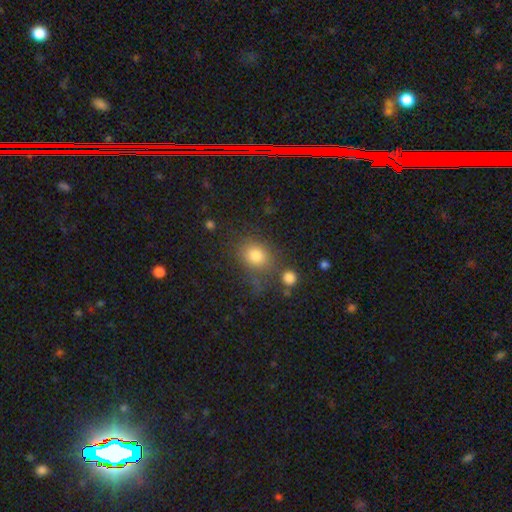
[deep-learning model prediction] Q: Smooth or featured?
A: smooth (80%); runner-up: star or artifact (12%)
Q: How rounded?
A: round (60%); runner-up: in between (39%)
Q: Merging?
A: none (68%); runner-up: minor disturbance (15%)